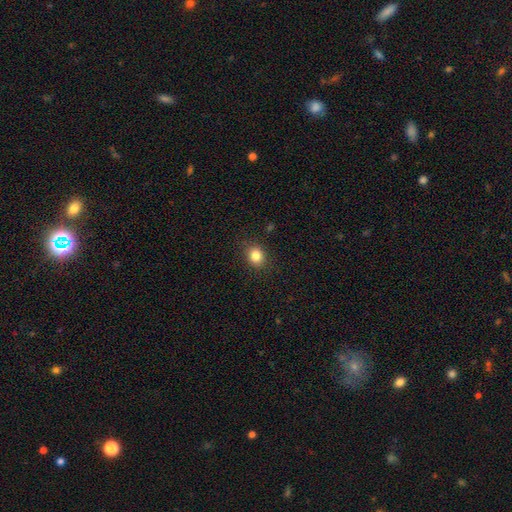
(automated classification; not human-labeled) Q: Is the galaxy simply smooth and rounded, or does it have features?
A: smooth — 83%.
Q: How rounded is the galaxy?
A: round — 66%.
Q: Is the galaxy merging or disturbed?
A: none — 87%.